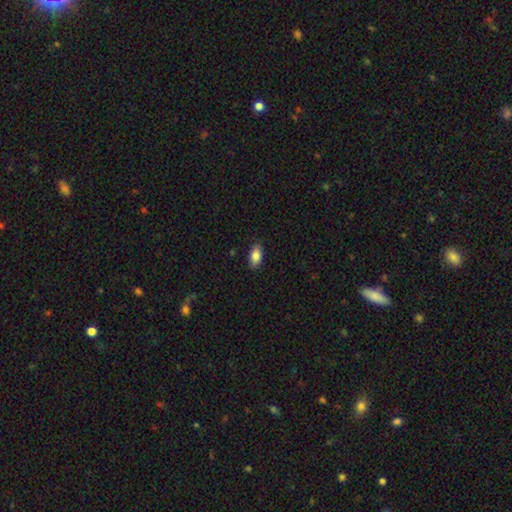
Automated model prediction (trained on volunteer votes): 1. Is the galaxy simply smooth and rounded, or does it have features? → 85% smooth, 7% star or artifact, 7% featured or disk.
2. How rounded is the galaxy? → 90% in between, 6% cigar-shaped, 4% round.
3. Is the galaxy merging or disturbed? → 87% none, 10% minor disturbance, 2% major disturbance, 1% merger.